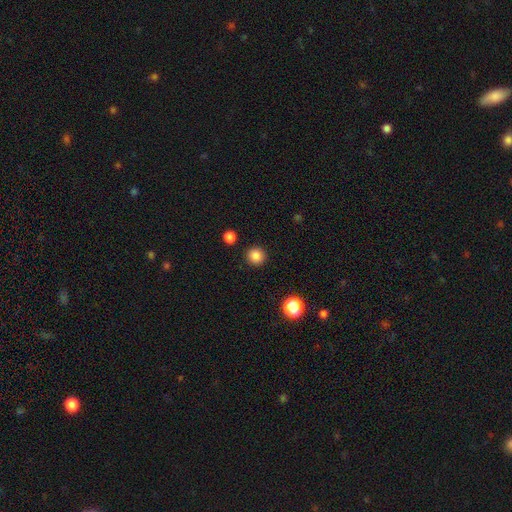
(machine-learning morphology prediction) smooth 86%, star or artifact 11%, featured or disk 3%. Down the decision tree: how rounded — round (94%); merging — none (92%).